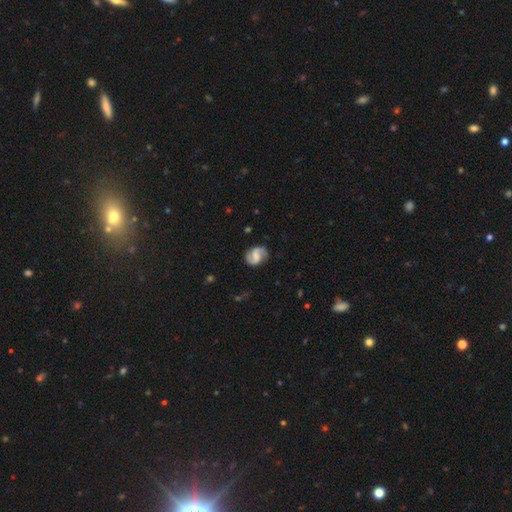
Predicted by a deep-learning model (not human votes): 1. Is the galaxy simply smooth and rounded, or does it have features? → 81% featured or disk, 14% smooth, 6% star or artifact.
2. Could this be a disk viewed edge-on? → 98% no, 2% yes.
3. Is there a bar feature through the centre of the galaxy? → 49% weak, 31% no, 20% strong.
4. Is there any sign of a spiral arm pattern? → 96% yes, 4% no.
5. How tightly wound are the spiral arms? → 48% medium, 33% loose, 19% tight.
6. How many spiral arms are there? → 91% 2, 3% can't tell, 2% 1, 1% 3, 1% 4, 1% more than 4.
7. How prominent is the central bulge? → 37% none, 28% small, 26% moderate, 8% large, 2% dominant.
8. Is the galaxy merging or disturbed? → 80% none, 14% minor disturbance, 5% major disturbance, 2% merger.